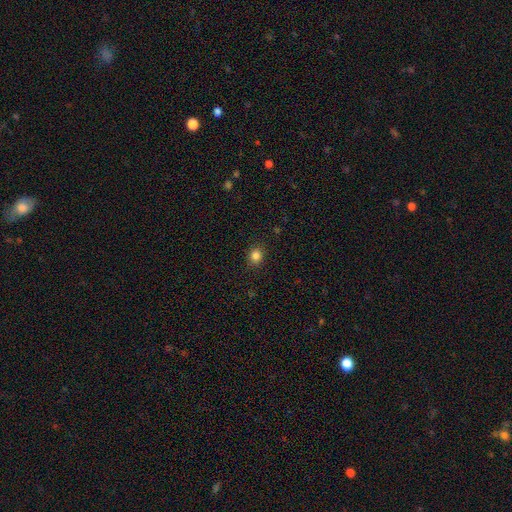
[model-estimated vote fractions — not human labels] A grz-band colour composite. It shows a smooth galaxy with no disk features (84%) that is round (75%). Merging: none (90%).